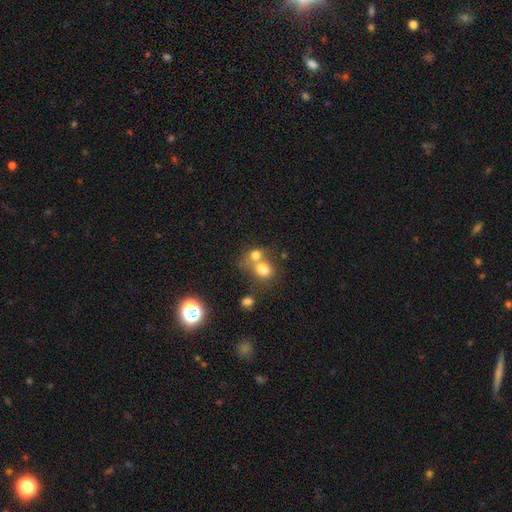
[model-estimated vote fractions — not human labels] Overall: smooth (74%). How rounded: round (56%; in between 42%). Merging: merger (60%; none 26%).